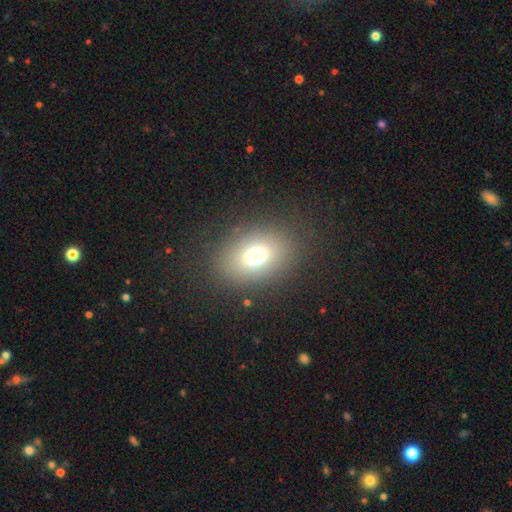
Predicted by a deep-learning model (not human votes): Q: Smooth or featured?
A: smooth (69%); runner-up: star or artifact (18%)
Q: How rounded?
A: in between (61%); runner-up: round (38%)
Q: Merging?
A: none (82%); runner-up: minor disturbance (9%)